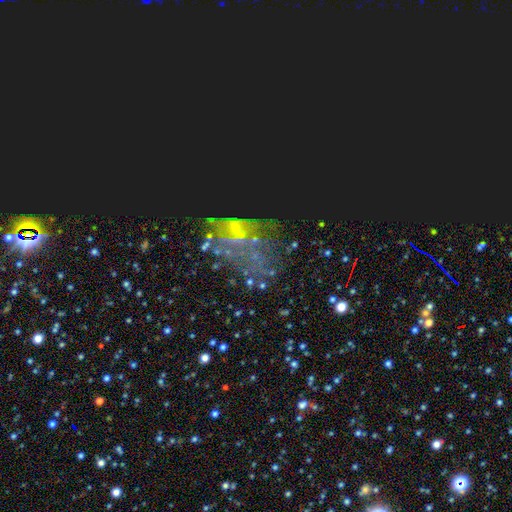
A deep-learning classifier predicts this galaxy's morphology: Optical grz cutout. It shows a star or artifact, not a galaxy (68%).